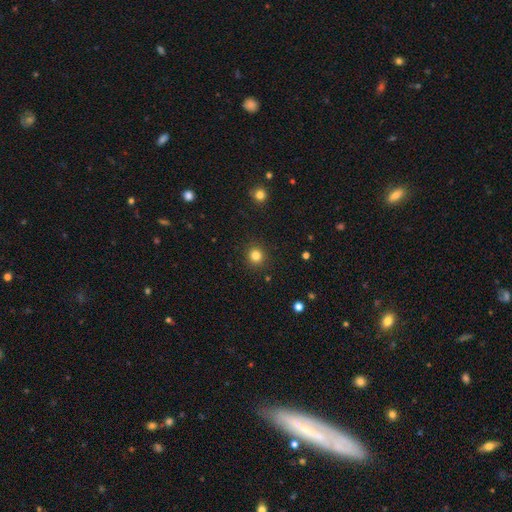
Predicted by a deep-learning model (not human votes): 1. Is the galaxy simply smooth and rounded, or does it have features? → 83% smooth, 13% star or artifact, 4% featured or disk.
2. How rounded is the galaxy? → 92% round, 7% in between, 1% cigar-shaped.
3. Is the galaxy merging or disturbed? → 91% none, 5% minor disturbance, 2% major disturbance, 1% merger.